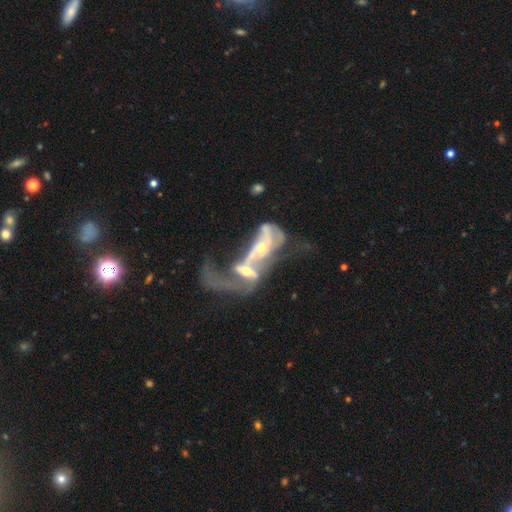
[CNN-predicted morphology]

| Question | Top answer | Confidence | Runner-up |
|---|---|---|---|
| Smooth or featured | featured or disk | 77% | smooth (14%) |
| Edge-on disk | no | 91% | yes (9%) |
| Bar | no | 56% | weak (29%) |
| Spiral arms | yes | 67% | no (33%) |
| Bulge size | moderate | 48% | small (38%) |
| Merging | merger | 78% | major disturbance (12%) |